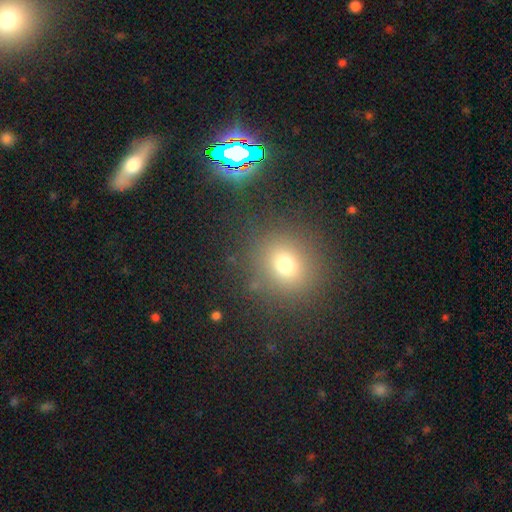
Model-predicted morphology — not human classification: This is possibly a smooth galaxy (56%). How rounded: clearly round (83%). Merging: clearly none (88%).